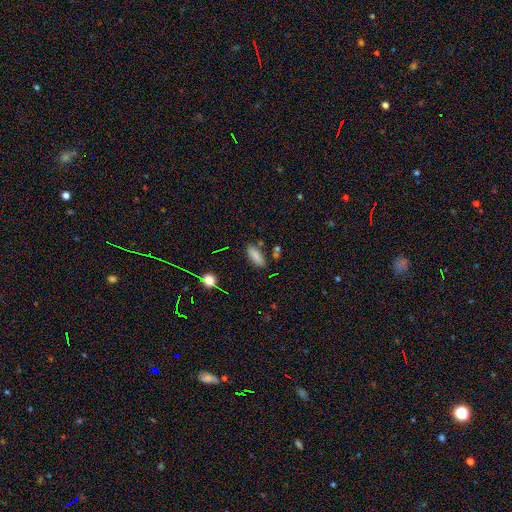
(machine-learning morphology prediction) A smooth galaxy with no disk features (83%) that is in between round and cigar-shaped (67%).

Vote fractions:
- Smooth or featured? smooth: 83% / star or artifact: 10% / featured or disk: 7%
- How rounded? in between: 67% / cigar-shaped: 31% / round: 2%
- Merging? none: 79% / minor disturbance: 13% / merger: 5% / major disturbance: 3%